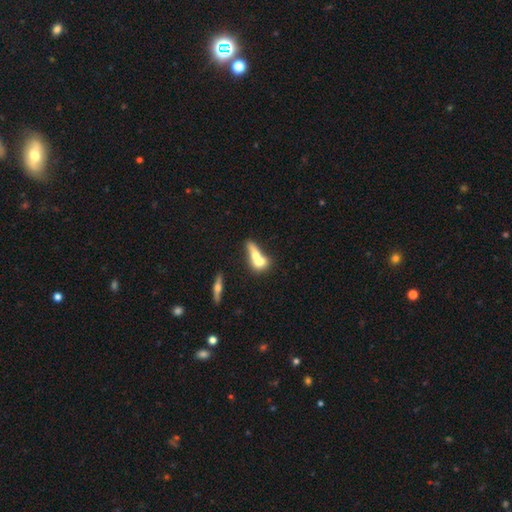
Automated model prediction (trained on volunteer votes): This is likely a smooth galaxy (61%). How rounded: possibly in between (51%). Merging: likely merger (70%).